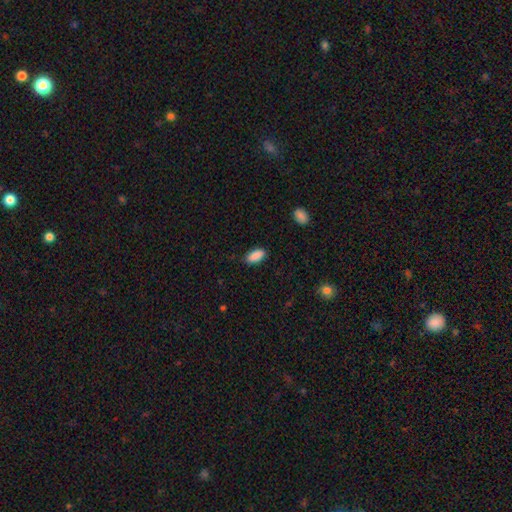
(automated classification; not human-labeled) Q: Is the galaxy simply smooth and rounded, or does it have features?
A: smooth — 89%.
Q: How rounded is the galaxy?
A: in between — 89%.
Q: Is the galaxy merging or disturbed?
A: none — 85%.